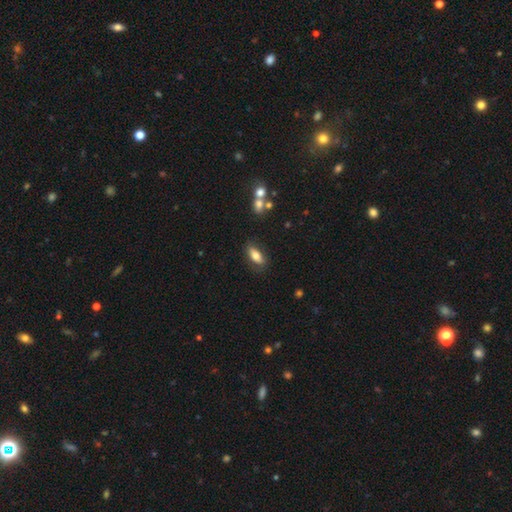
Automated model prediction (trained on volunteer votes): Overall: smooth (75%). How rounded: in between (79%). Merging: none (78%).